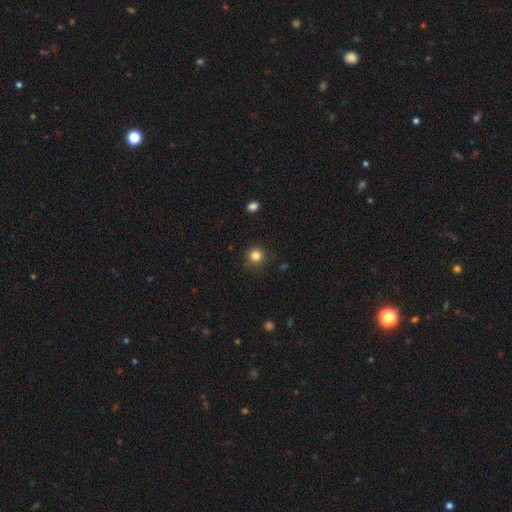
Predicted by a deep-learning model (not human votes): Q: Smooth or featured?
A: smooth (83%); runner-up: star or artifact (12%)
Q: How rounded?
A: round (93%); runner-up: in between (6%)
Q: Merging?
A: none (87%); runner-up: minor disturbance (9%)